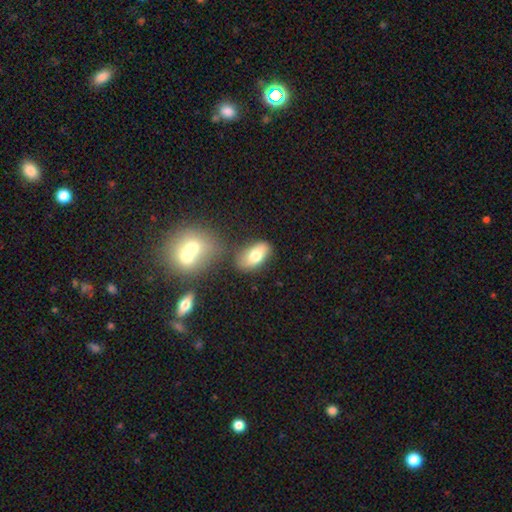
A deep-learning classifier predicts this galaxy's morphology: Smooth or featured?
  - smooth: 73% *
  - featured or disk: 19%
  - star or artifact: 8%
How rounded?
  - in between: 90% *
  - round: 7%
  - cigar-shaped: 3%
Merging?
  - none: 73% *
  - minor disturbance: 14%
  - merger: 9%
  - major disturbance: 4%